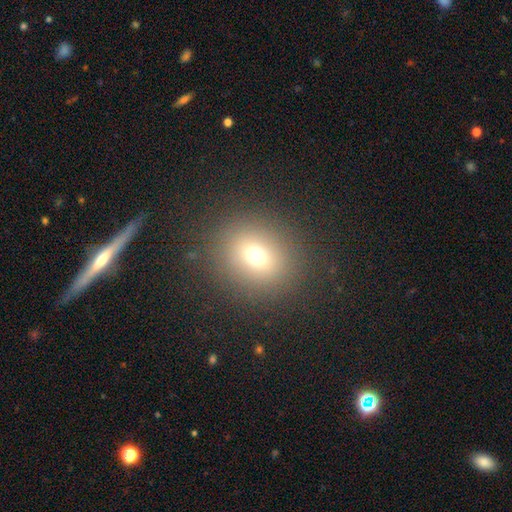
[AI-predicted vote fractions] A smooth galaxy with no disk features (69%) that is round (78%). Merging: none (87%).